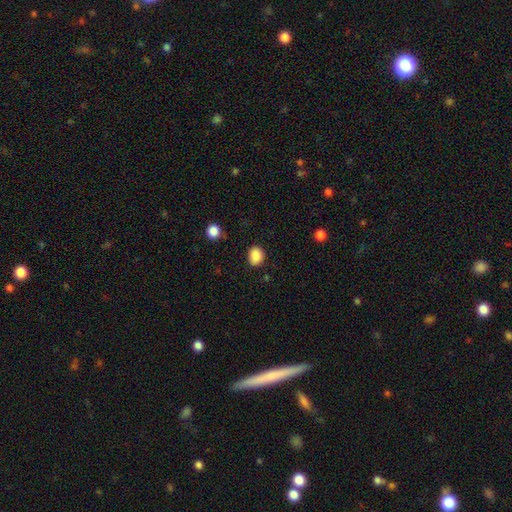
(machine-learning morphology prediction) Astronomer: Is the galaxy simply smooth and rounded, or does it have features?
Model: smooth — 87%.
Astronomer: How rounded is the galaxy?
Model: round — 50% (runner-up: in between, 49%).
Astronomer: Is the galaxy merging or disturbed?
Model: none — 82%.